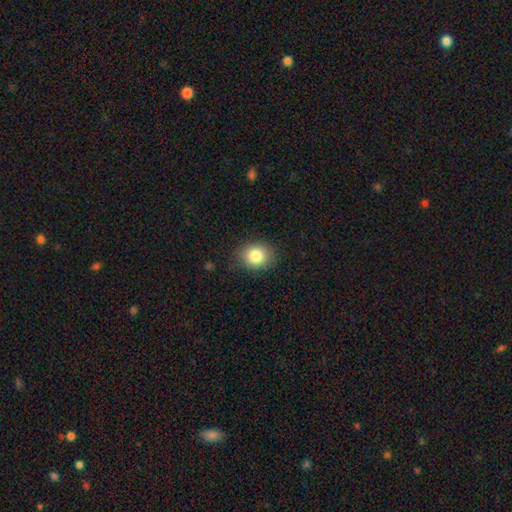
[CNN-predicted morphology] The model was most divided on "how rounded": round: 58%, in between: 41%, cigar-shaped: 1%. More confident: merging — none (85%); smooth or featured — smooth (84%).